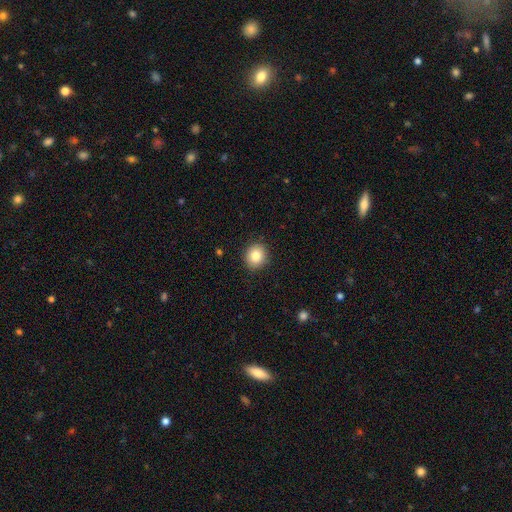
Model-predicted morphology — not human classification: A smooth galaxy with no disk features (82%) that is round (78%).

Vote fractions:
- Smooth or featured? smooth: 82% / star or artifact: 10% / featured or disk: 8%
- How rounded? round: 78% / in between: 21% / cigar-shaped: 1%
- Merging? none: 90% / minor disturbance: 7% / major disturbance: 2% / merger: 1%